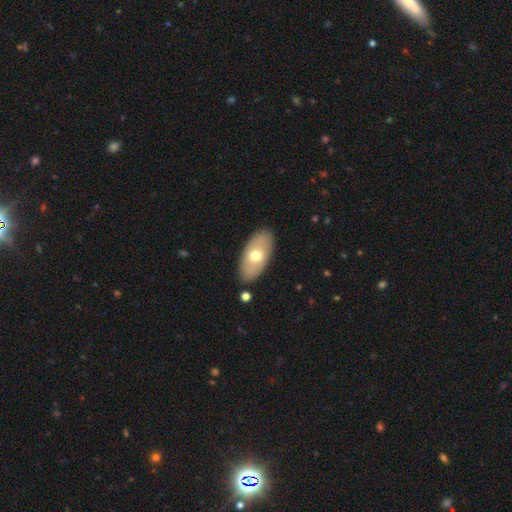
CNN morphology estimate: Overall: smooth (61%; featured or disk 33%). How rounded: in between (93%). Merging: none (86%).